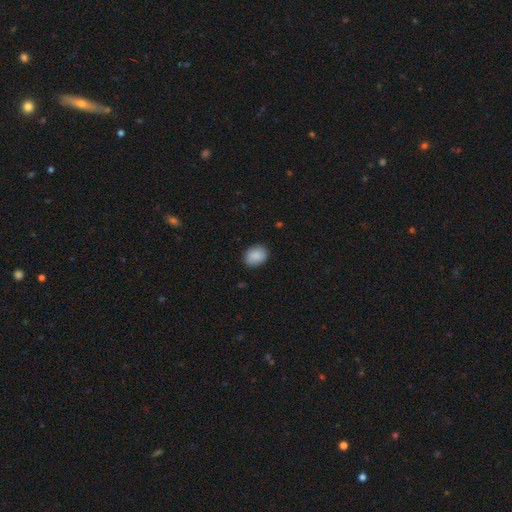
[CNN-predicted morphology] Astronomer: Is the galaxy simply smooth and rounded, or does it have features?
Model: smooth — 89%.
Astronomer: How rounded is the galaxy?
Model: in between — 61% (runner-up: round, 38%).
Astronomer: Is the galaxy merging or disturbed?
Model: none — 86%.